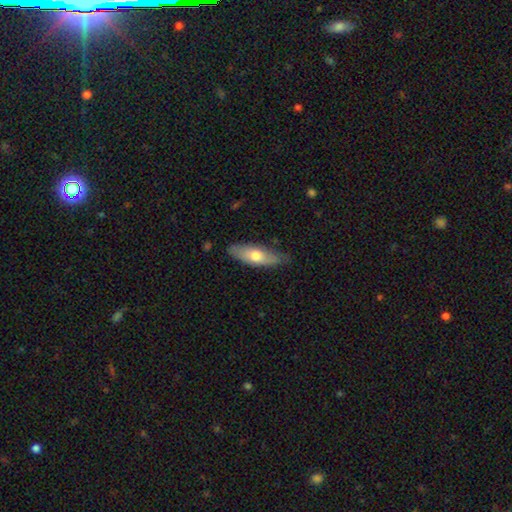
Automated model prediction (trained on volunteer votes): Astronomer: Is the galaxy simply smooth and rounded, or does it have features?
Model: smooth — 62%.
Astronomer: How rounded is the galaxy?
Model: in between — 59% (runner-up: cigar-shaped, 38%).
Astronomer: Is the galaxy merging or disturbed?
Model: none — 75%.